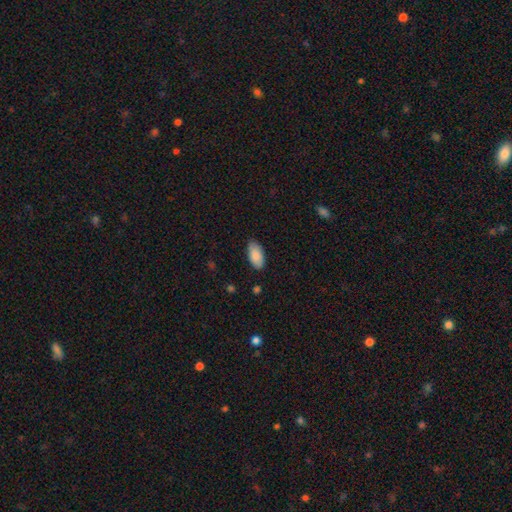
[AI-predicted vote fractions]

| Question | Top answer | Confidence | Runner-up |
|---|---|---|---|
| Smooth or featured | smooth | 87% | featured or disk (7%) |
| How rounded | in between | 94% | cigar-shaped (4%) |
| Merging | none | 84% | minor disturbance (13%) |